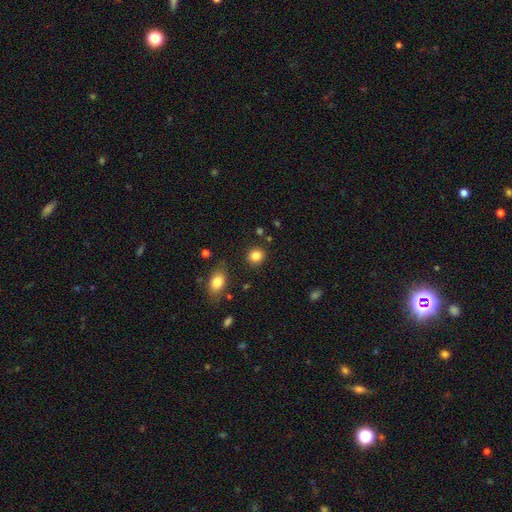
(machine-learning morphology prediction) Smooth or featured?
  - smooth: 85% *
  - star or artifact: 10%
  - featured or disk: 4%
How rounded?
  - round: 85% *
  - in between: 14%
  - cigar-shaped: 1%
Merging?
  - none: 87% *
  - minor disturbance: 7%
  - merger: 3%
  - major disturbance: 3%